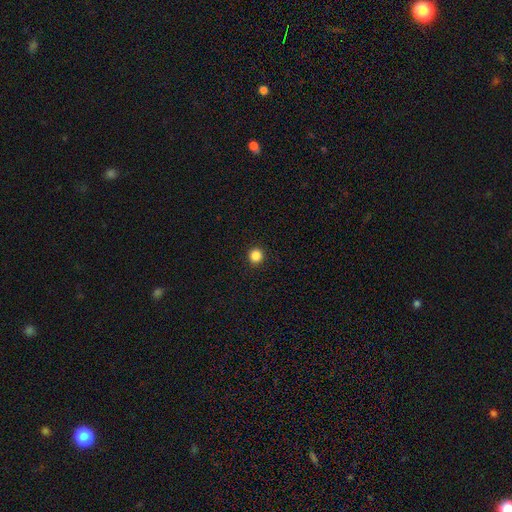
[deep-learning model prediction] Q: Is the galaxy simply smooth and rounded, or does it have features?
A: smooth — 85%.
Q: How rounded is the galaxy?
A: round — 94%.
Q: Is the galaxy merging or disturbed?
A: none — 93%.